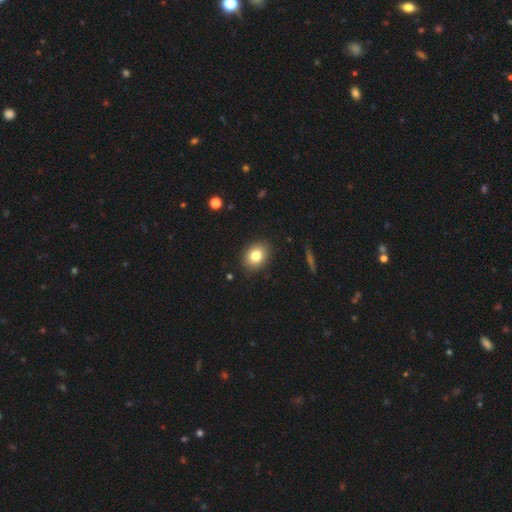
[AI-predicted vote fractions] Smooth or featured? Predicted: smooth (p=0.80). How rounded? Predicted: in between (p=0.62). Merging? Predicted: none (p=0.88).